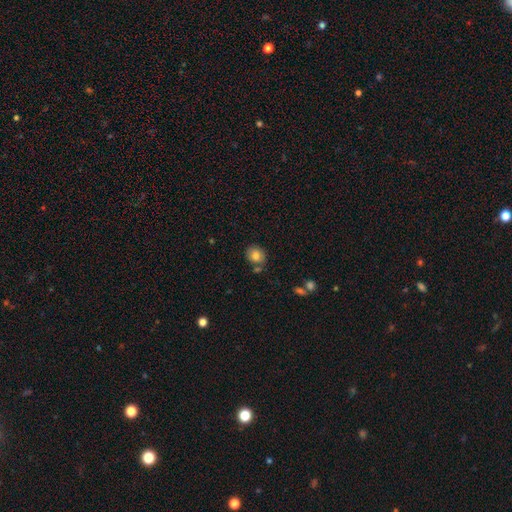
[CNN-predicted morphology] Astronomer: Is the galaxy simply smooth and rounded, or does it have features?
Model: smooth — 80%.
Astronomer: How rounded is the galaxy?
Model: round — 65%.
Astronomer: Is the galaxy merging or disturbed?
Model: none — 71%.